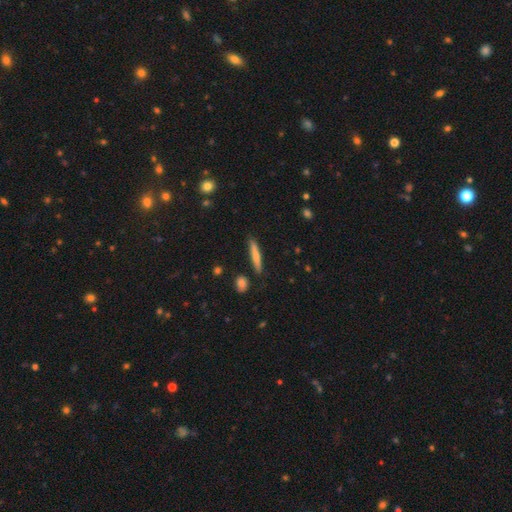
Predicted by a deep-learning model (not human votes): Smooth or featured? smooth (68%)
How rounded? cigar-shaped (93%)
Merging? none (87%)